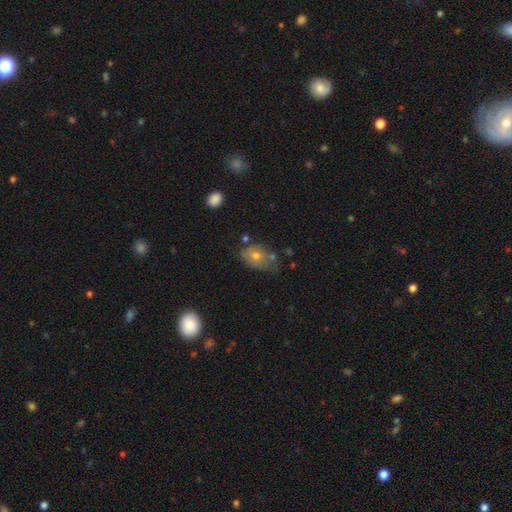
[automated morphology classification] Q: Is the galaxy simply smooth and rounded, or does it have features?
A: smooth — 64%.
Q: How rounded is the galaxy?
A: in between — 71%.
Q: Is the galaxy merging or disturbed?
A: none — 44%.